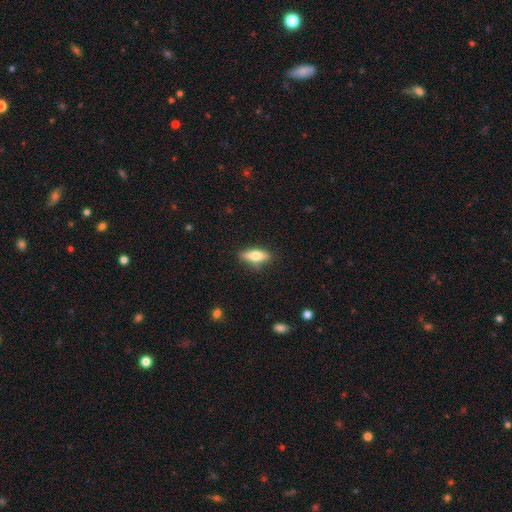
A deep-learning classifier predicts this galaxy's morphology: Smooth or featured: smooth — 63% (featured or disk — 31%)
How rounded: in between — 58% (cigar-shaped — 39%)
Merging: none — 83% (minor disturbance — 13%)